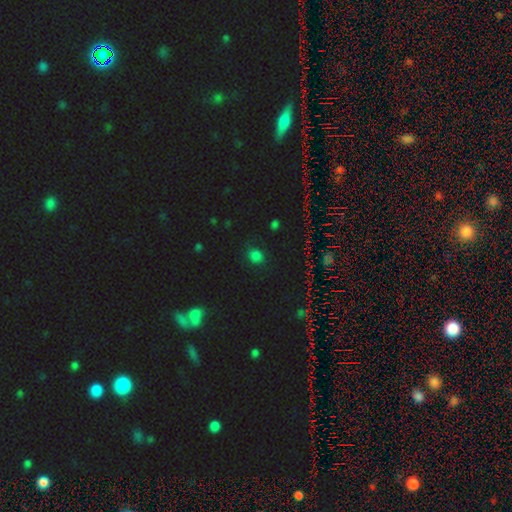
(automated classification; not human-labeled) A smooth galaxy with no disk features (70%) that is round (72%).

Vote fractions:
- Smooth or featured? smooth: 70% / star or artifact: 26% / featured or disk: 5%
- How rounded? round: 72% / in between: 27% / cigar-shaped: 1%
- Merging? none: 83% / minor disturbance: 11% / major disturbance: 4% / merger: 2%